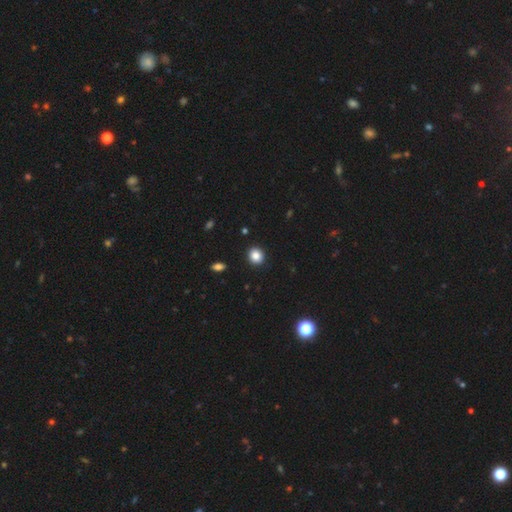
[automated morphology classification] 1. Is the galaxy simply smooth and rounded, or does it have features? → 85% smooth, 10% star or artifact, 5% featured or disk.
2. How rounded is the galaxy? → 78% round, 21% in between, 1% cigar-shaped.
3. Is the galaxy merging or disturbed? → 92% none, 5% minor disturbance, 2% major disturbance, 1% merger.